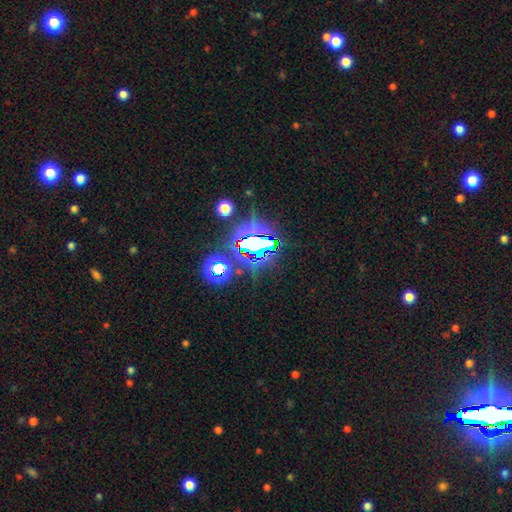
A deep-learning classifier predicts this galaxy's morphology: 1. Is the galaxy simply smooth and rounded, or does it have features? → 81% star or artifact, 11% smooth, 7% featured or disk.